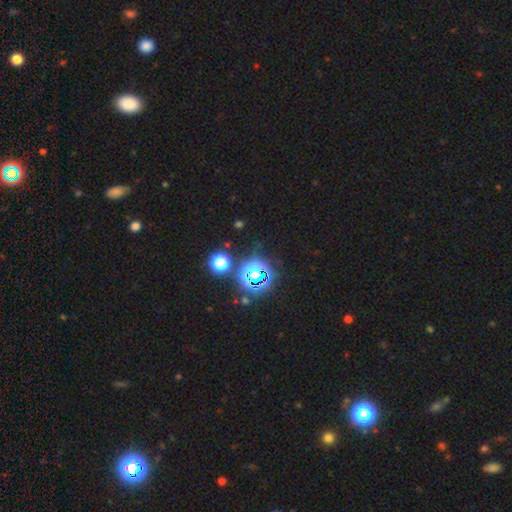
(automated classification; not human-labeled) Overall: star or artifact (74%).